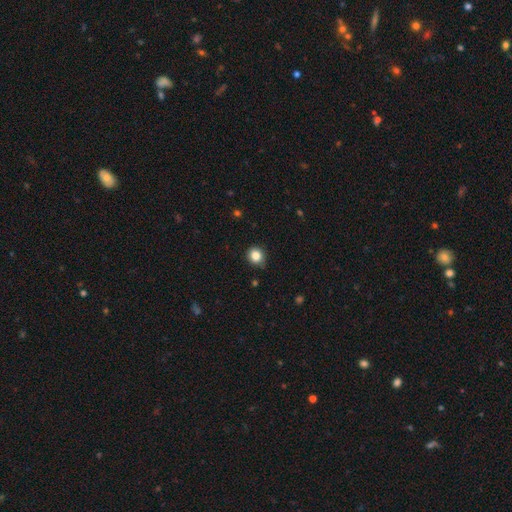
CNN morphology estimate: Q: Smooth or featured?
A: smooth (83%); runner-up: star or artifact (11%)
Q: How rounded?
A: round (83%); runner-up: in between (16%)
Q: Merging?
A: none (81%); runner-up: minor disturbance (15%)